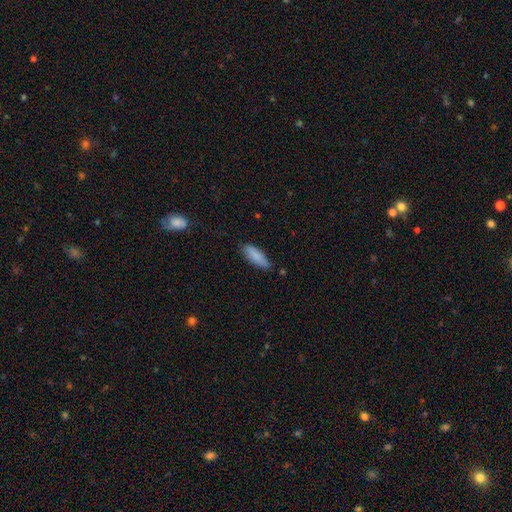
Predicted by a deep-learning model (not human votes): Q: Smooth or featured?
A: smooth (85%); runner-up: featured or disk (9%)
Q: How rounded?
A: in between (59%); runner-up: cigar-shaped (40%)
Q: Merging?
A: none (74%); runner-up: minor disturbance (21%)